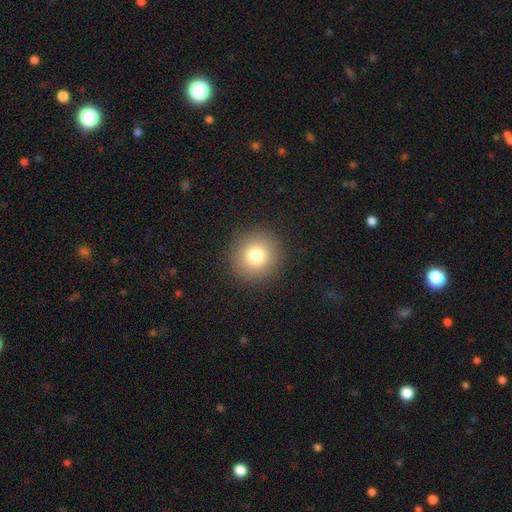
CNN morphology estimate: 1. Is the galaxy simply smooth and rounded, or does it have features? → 79% smooth, 12% star or artifact, 9% featured or disk.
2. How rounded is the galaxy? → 93% round, 6% in between, 1% cigar-shaped.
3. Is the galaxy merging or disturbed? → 91% none, 6% minor disturbance, 3% major disturbance, 1% merger.